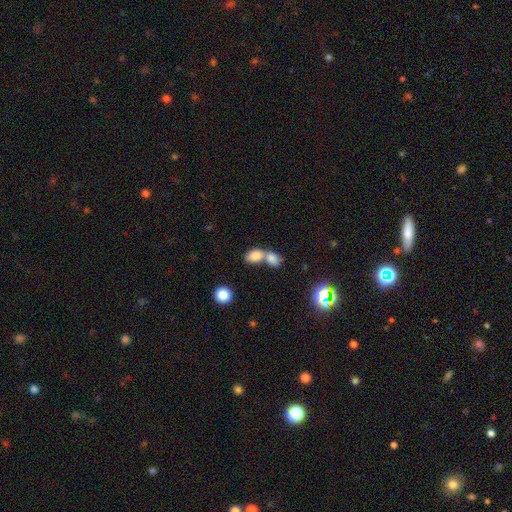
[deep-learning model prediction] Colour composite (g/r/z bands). It shows a smooth galaxy with no disk features (82%) that is in between round and cigar-shaped (79%). Merging: merger (65%).